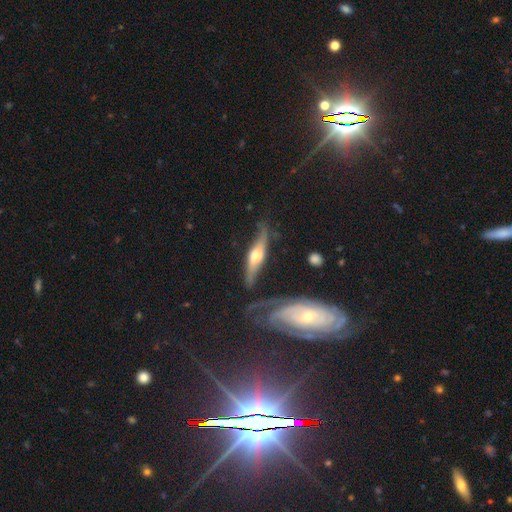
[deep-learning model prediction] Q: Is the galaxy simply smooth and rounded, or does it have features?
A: featured or disk — 74%.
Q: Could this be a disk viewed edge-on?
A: yes — 78%.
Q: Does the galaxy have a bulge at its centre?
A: rounded — 91%.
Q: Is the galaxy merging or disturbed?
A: none — 63%.